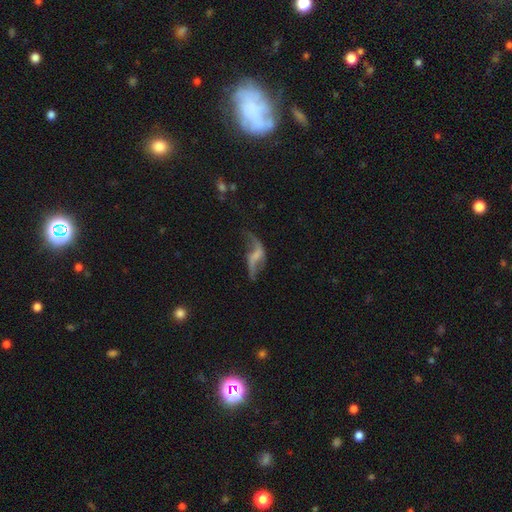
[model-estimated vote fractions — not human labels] Morphology: type=featured or disk (75%); edge-on=no (91%); bar=no (40%); spiral arms=yes (84%); winding=loose (92%); arm count=2 (87%); bulge=none (55%); merging=none (45%).